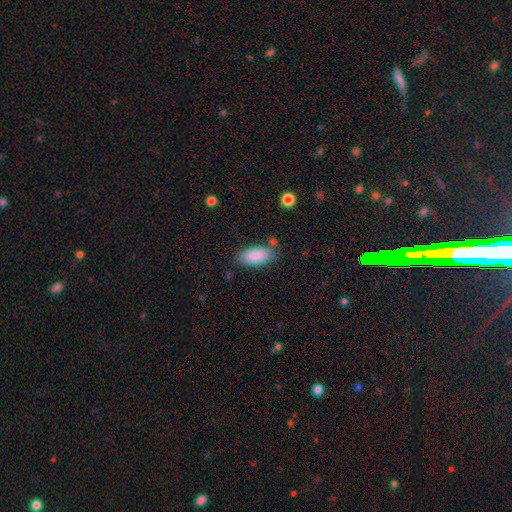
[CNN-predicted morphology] A smooth galaxy with no disk features (88%) that is in between round and cigar-shaped (90%). Merging: none (72%).